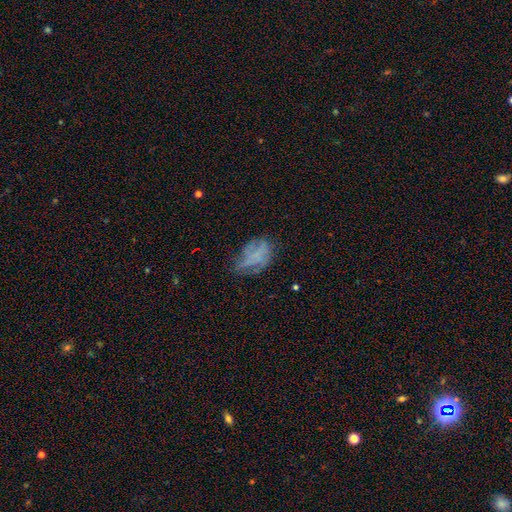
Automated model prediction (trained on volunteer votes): Overall: featured or disk (41%, tied with smooth). Merging: none (45%; minor disturbance 27%).